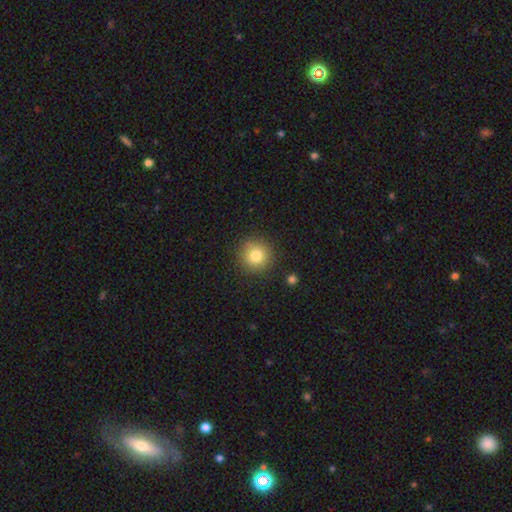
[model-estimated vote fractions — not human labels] A smooth galaxy with no disk features (81%) that is round (94%).

Vote fractions:
- Smooth or featured? smooth: 81% / star or artifact: 11% / featured or disk: 8%
- How rounded? round: 94% / in between: 6% / cigar-shaped: 1%
- Merging? none: 88% / minor disturbance: 7% / major disturbance: 2% / merger: 2%